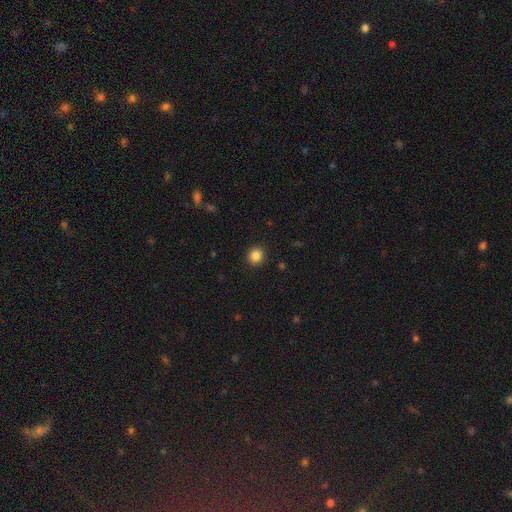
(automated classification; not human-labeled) Smooth or featured: smooth — 85% (star or artifact — 11%)
How rounded: round — 83% (in between — 16%)
Merging: none — 92% (minor disturbance — 5%)